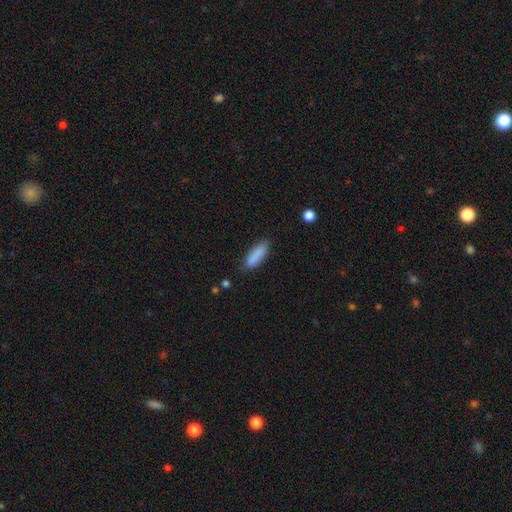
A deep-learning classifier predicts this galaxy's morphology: Smooth or featured: smooth — 87% (star or artifact — 7%)
How rounded: in between — 52% (cigar-shaped — 46%)
Merging: none — 78% (minor disturbance — 16%)